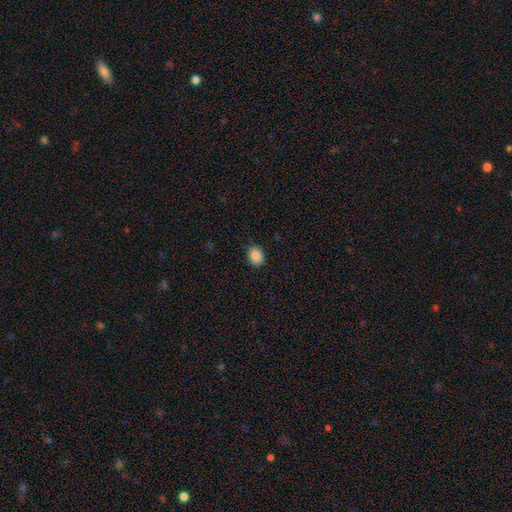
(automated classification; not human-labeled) smooth 88%, star or artifact 9%, featured or disk 4%. Down the decision tree: how rounded — in between (58%); merging — none (88%).